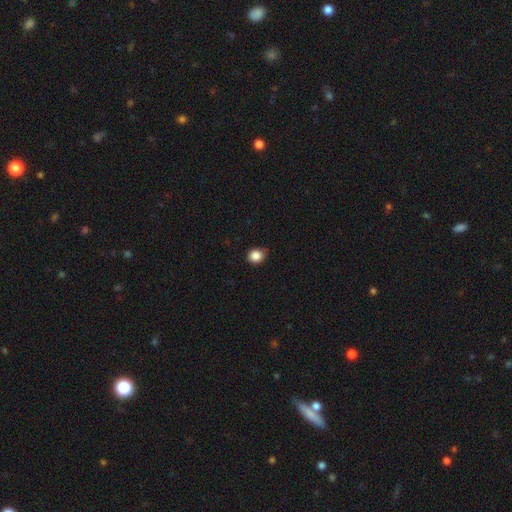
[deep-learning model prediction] Smooth or featured? smooth (86%)
How rounded? round (77%)
Merging? none (82%)